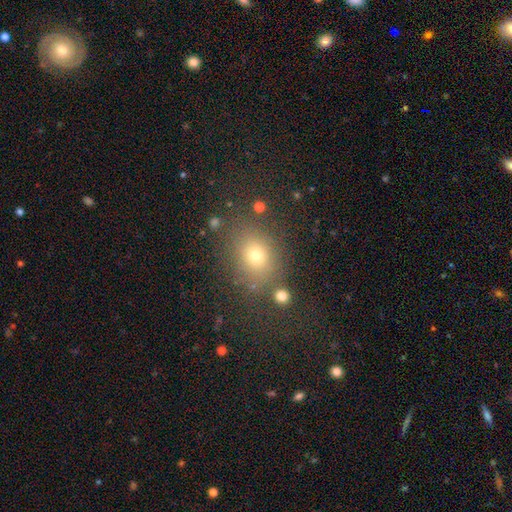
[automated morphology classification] Smooth or featured?
  - smooth: 72% *
  - star or artifact: 18%
  - featured or disk: 10%
How rounded?
  - round: 55% *
  - in between: 44%
  - cigar-shaped: 1%
Merging?
  - none: 77% *
  - minor disturbance: 12%
  - merger: 5%
  - major disturbance: 5%